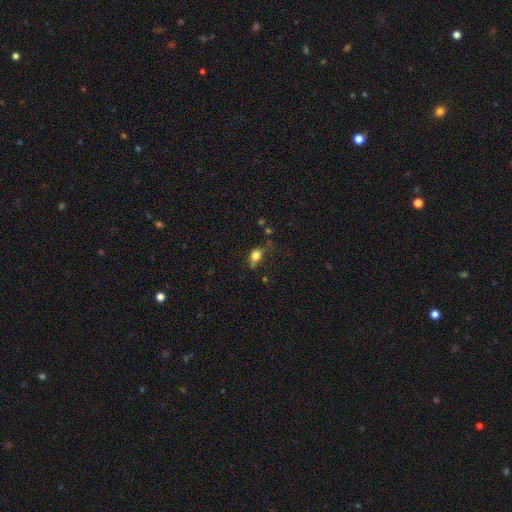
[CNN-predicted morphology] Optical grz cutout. It shows a smooth galaxy with no disk features (75%) that is in between round and cigar-shaped (62%). Merging: none (47%).